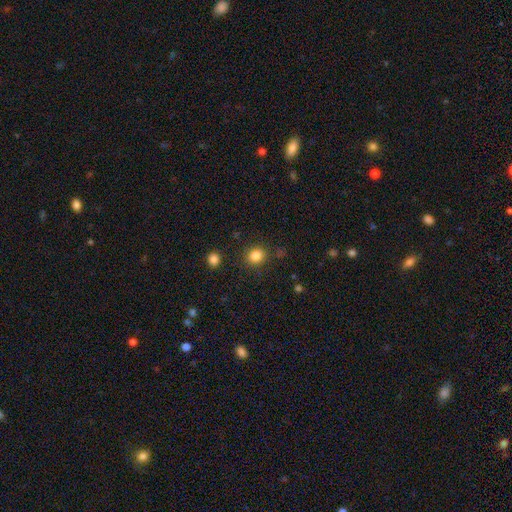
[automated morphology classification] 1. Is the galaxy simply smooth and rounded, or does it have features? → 84% smooth, 12% star or artifact, 4% featured or disk.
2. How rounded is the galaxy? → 79% round, 20% in between, 1% cigar-shaped.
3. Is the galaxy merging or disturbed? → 85% none, 9% minor disturbance, 3% major disturbance, 3% merger.